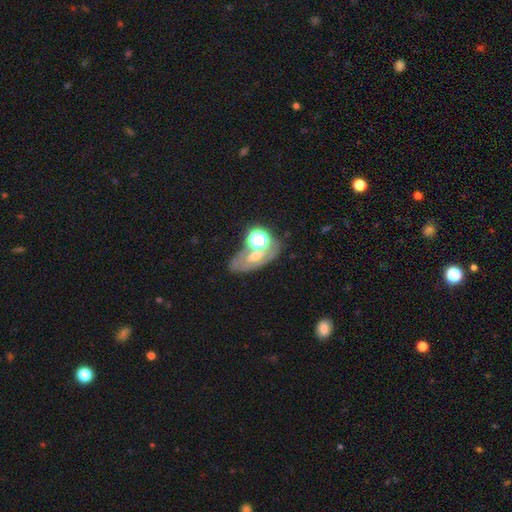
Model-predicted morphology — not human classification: smooth_or_featured: featured or disk (p=0.44) [alt: smooth p=0.30]
merging: none (p=0.49) [alt: merger p=0.21]